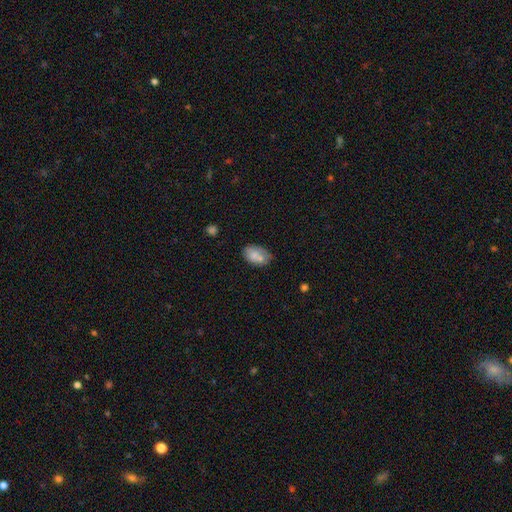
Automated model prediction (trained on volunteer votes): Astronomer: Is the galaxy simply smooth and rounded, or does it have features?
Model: smooth — 73%.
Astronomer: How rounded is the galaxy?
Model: in between — 89%.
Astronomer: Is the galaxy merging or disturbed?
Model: none — 51%.